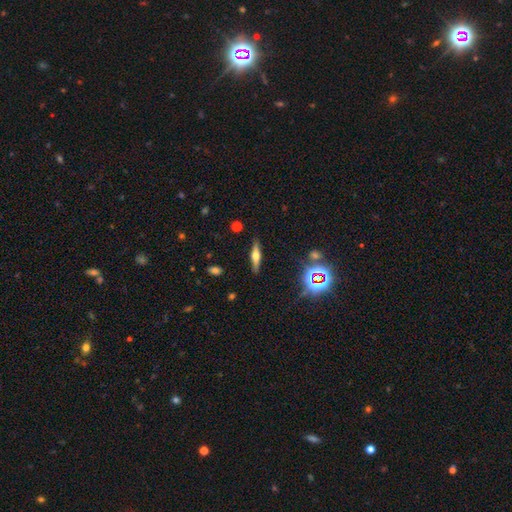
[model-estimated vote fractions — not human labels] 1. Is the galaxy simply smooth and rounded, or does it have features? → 57% featured or disk, 30% smooth, 13% star or artifact.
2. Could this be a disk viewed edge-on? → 94% yes, 6% no.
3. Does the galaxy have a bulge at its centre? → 90% rounded, 7% boxy, 3% none.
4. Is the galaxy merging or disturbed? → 87% none, 9% minor disturbance, 2% major disturbance, 2% merger.